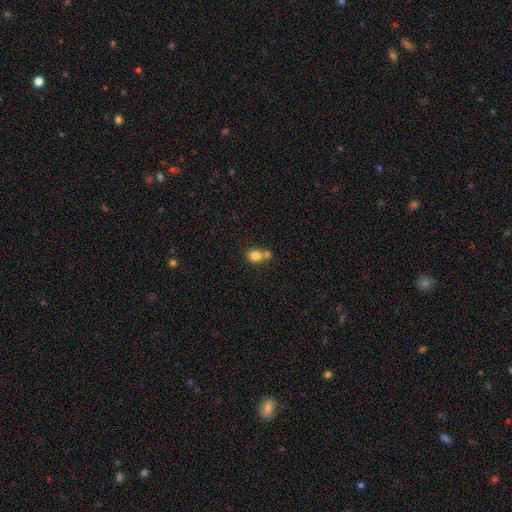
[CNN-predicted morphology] Smooth or featured: smooth — 81% (star or artifact — 10%)
How rounded: round — 60% (in between — 39%)
Merging: merger — 48% (none — 40%)